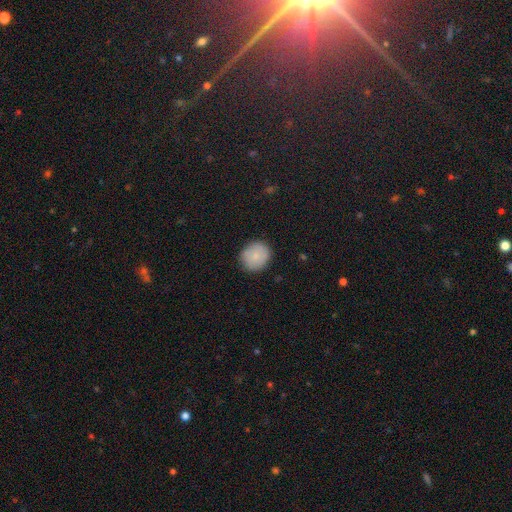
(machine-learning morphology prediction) smooth-or-featured: smooth: 81% | featured or disk: 12% | star or artifact: 7%
  how-rounded: round: 86% | in between: 13% | cigar-shaped: 1%
  merging: none: 86% | minor disturbance: 11% | major disturbance: 2% | merger: 1%